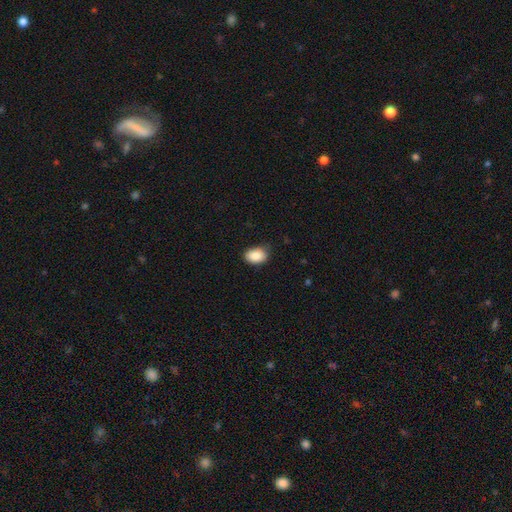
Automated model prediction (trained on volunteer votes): Smooth or featured: smooth — 88% (star or artifact — 7%)
How rounded: in between — 83% (round — 16%)
Merging: none — 79% (minor disturbance — 17%)